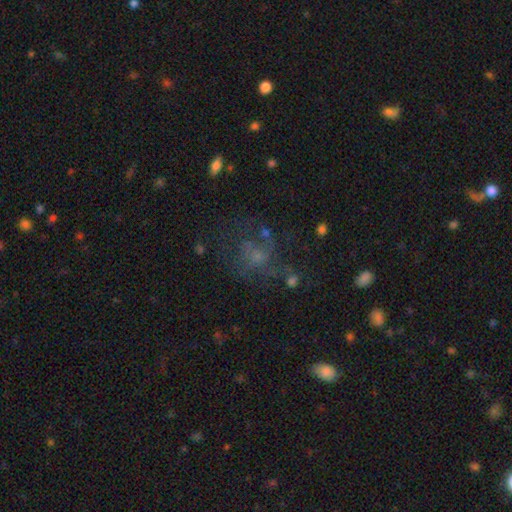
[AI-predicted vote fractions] Smooth or featured?
  - featured or disk: 44% *
  - smooth: 36%
  - star or artifact: 20%
Merging?
  - none: 46% *
  - major disturbance: 29%
  - minor disturbance: 19%
  - merger: 6%